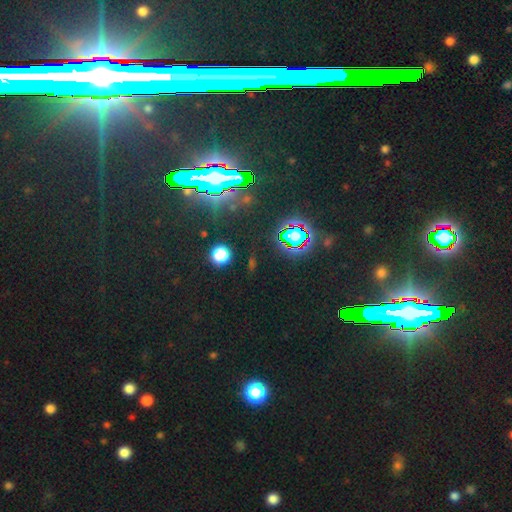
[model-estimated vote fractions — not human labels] Smooth or featured? star or artifact (83%)